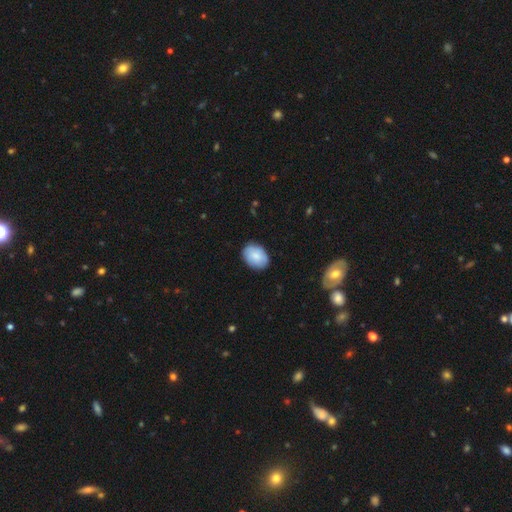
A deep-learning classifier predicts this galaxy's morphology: Smooth or featured: smooth — 78% (featured or disk — 15%)
How rounded: in between — 77% (round — 22%)
Merging: none — 82% (minor disturbance — 14%)